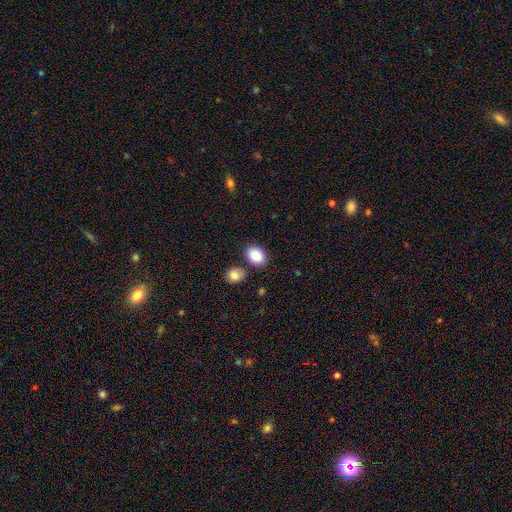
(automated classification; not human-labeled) Smooth or featured? Predicted: smooth (p=0.89). How rounded? Predicted: in between (p=0.76). Merging? Predicted: none (p=0.76).